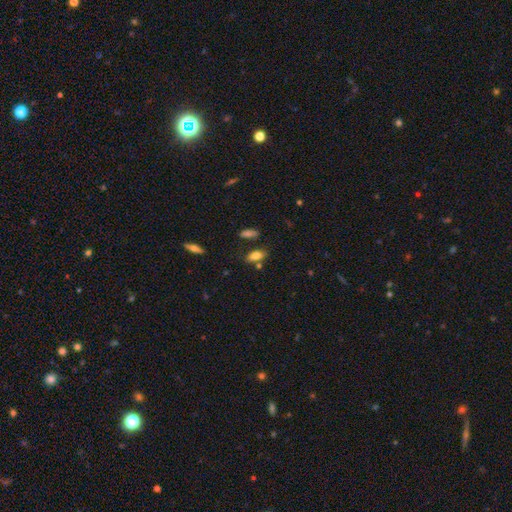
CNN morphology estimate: This appears to be a smooth galaxy with no disk features (78%) that is in between round and cigar-shaped (86%). Merging: none (69%).